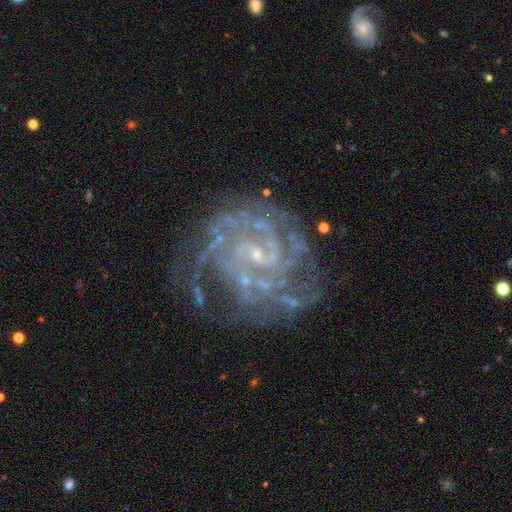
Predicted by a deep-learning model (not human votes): Q: Smooth or featured?
A: featured or disk (89%); runner-up: star or artifact (7%)
Q: Edge-on disk?
A: no (98%); runner-up: yes (2%)
Q: Bar?
A: no (47%); runner-up: weak (40%)
Q: Spiral arms?
A: yes (96%); runner-up: no (4%)
Q: Spiral winding?
A: tight (66%); runner-up: medium (28%)
Q: Spiral arm count?
A: can't tell (25%); runner-up: 2 (23%)
Q: Bulge size?
A: small (78%); runner-up: none (11%)
Q: Merging?
A: none (66%); runner-up: minor disturbance (19%)